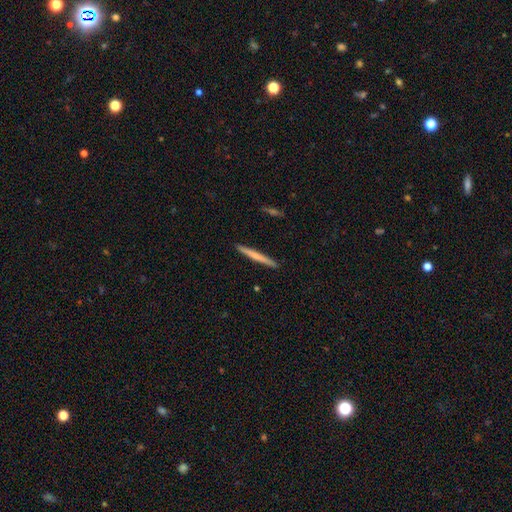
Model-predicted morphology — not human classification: Smooth or featured? Predicted: smooth (p=0.57). How rounded? Predicted: cigar-shaped (p=0.97). Merging? Predicted: none (p=0.93).